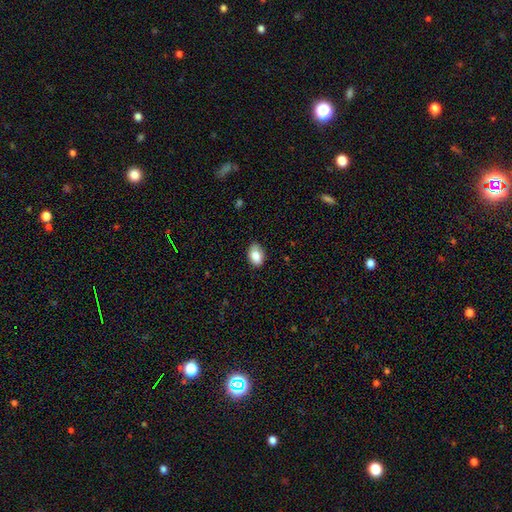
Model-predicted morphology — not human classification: The model was most divided on "merging": none: 81%, minor disturbance: 15%, major disturbance: 3%, merger: 1%. More confident: how rounded — in between (85%); smooth or featured — smooth (82%).